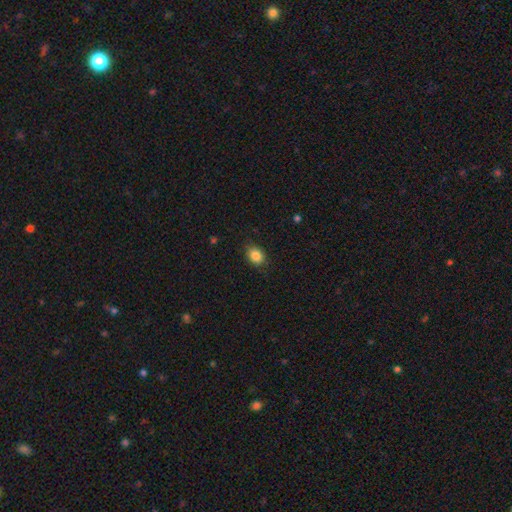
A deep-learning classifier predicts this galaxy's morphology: A smooth galaxy with no disk features (86%) that is in between round and cigar-shaped (59%).

Vote fractions:
- Smooth or featured? smooth: 86% / star or artifact: 9% / featured or disk: 5%
- How rounded? in between: 59% / round: 40% / cigar-shaped: 1%
- Merging? none: 84% / minor disturbance: 12% / major disturbance: 3% / merger: 1%